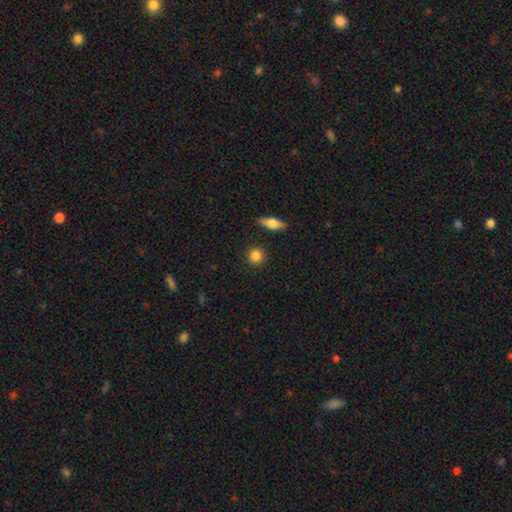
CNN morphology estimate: This appears to be a smooth galaxy with no disk features (86%) that is round (88%). Merging: none (89%).